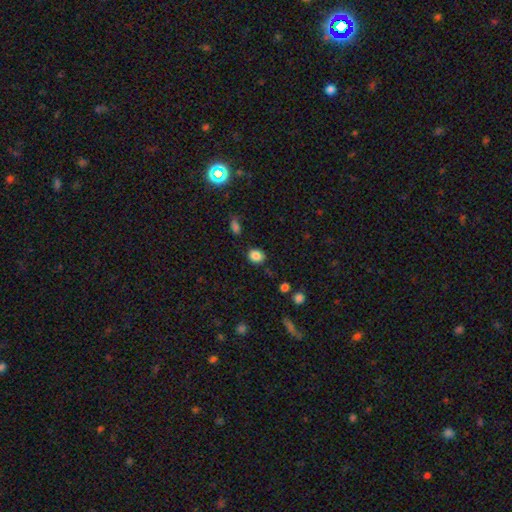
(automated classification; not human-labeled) Overall: smooth (85%). How rounded: round (61%; in between 38%). Merging: none (81%).